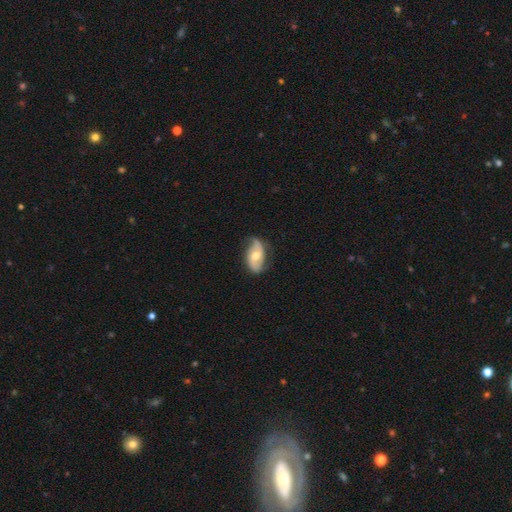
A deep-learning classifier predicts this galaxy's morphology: smooth_or_featured: featured or disk (p=0.67) [alt: smooth p=0.27]
disk_edge_on: no (p=0.95) [alt: yes p=0.05]
bar: no (p=0.57) [alt: weak p=0.33]
has_spiral_arms: yes (p=0.89) [alt: no p=0.11]
spiral_winding: loose (p=0.45) [alt: medium p=0.37]
spiral_arm_count: 2 (p=0.85) [alt: can't tell p=0.08]
bulge_size: moderate (p=0.67) [alt: small p=0.22]
merging: none (p=0.65) [alt: minor disturbance p=0.25]